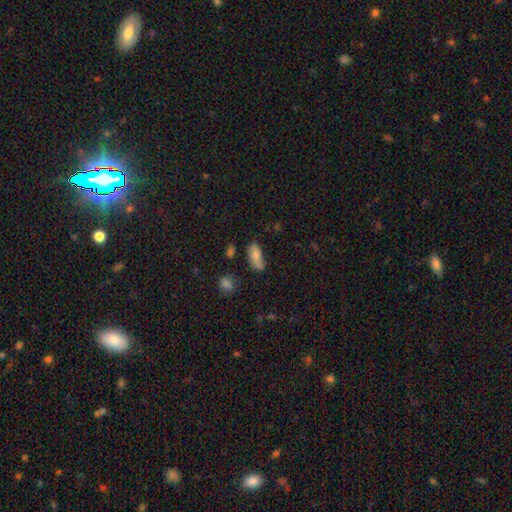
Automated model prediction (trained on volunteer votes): Smooth or featured?
  - smooth: 74% *
  - featured or disk: 18%
  - star or artifact: 9%
How rounded?
  - in between: 86% *
  - cigar-shaped: 11%
  - round: 3%
Merging?
  - none: 52% *
  - minor disturbance: 33%
  - major disturbance: 10%
  - merger: 5%